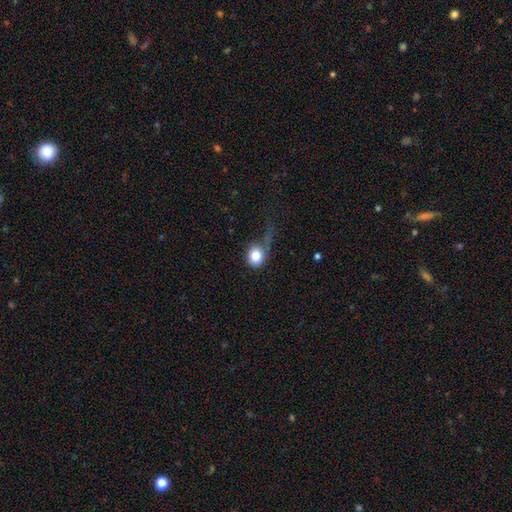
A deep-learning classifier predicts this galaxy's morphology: Overall: smooth (80%). How rounded: round (70%). Merging: none (37%; major disturbance 33%).